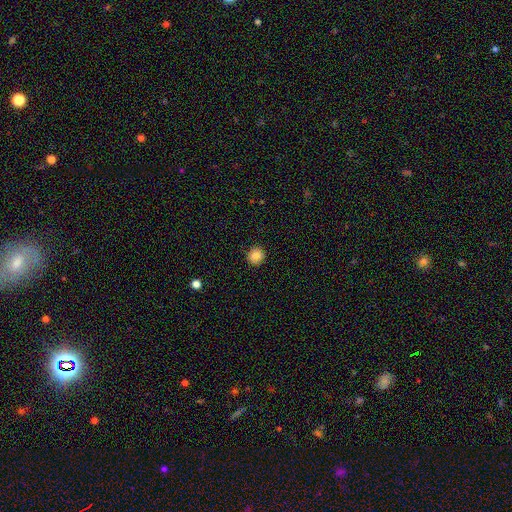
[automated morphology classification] The model was most divided on "smooth or featured": smooth: 85%, star or artifact: 10%, featured or disk: 5%. More confident: how rounded — round (94%); merging — none (92%).